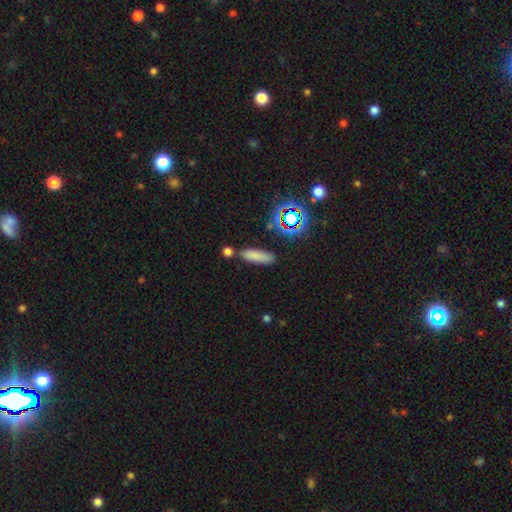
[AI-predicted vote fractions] Smooth or featured? smooth (76%)
How rounded? cigar-shaped (52%)
Merging? none (75%)